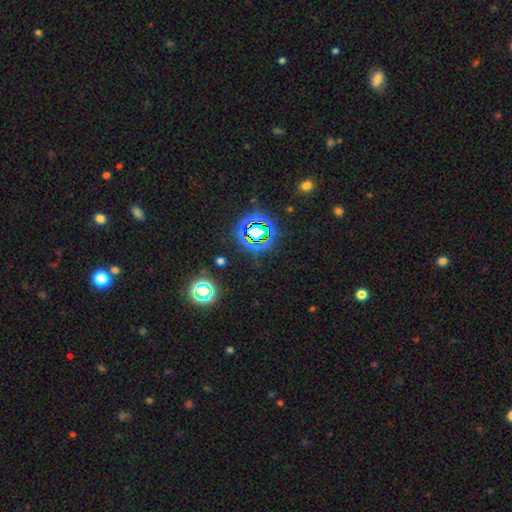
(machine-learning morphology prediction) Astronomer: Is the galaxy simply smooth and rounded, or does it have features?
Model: star or artifact — 72%.